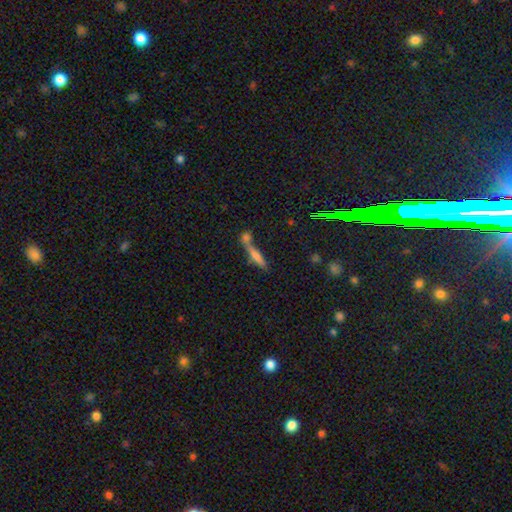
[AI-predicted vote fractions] This is possibly a smooth galaxy (53%). How rounded: clearly cigar-shaped (84%). Merging: marginally none (44%).